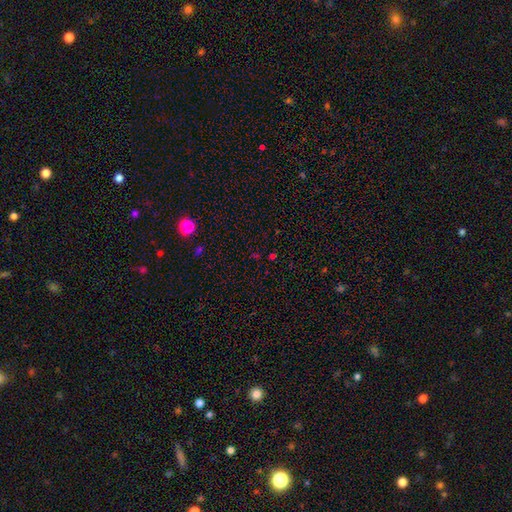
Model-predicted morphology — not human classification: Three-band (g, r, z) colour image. It shows a star or artifact, not a galaxy (58%).